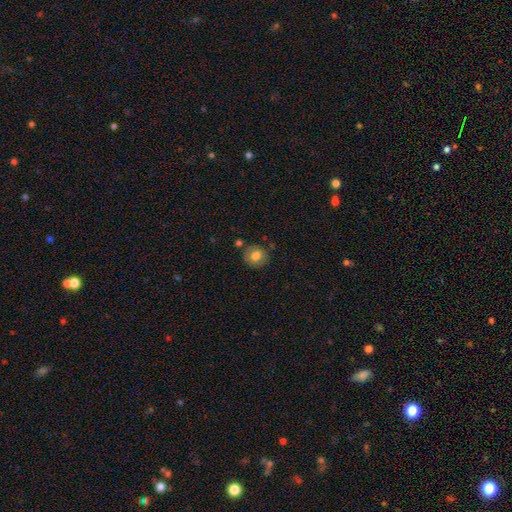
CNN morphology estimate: smooth-or-featured: smooth: 73% | featured or disk: 19% | star or artifact: 8%
  how-rounded: round: 83% | in between: 16% | cigar-shaped: 1%
  merging: none: 80% | minor disturbance: 12% | merger: 5% | major disturbance: 3%